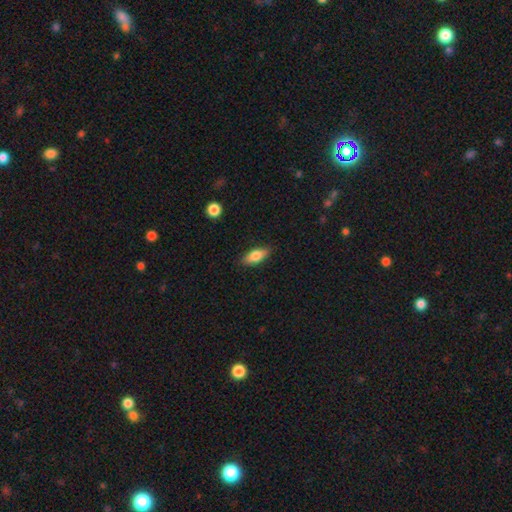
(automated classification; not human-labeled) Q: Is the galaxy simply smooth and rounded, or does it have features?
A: smooth — 76%.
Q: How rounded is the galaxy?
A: in between — 75%.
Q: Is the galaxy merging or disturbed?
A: none — 87%.